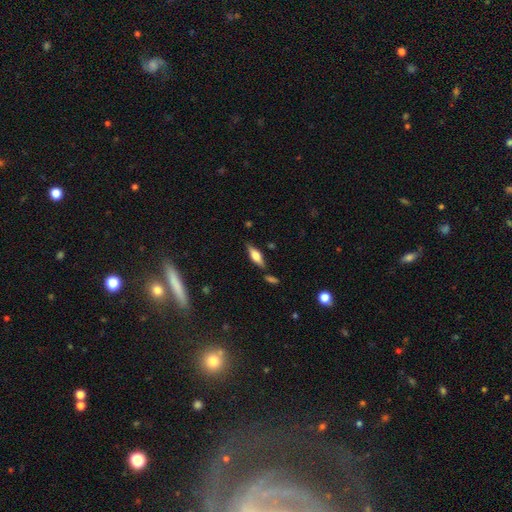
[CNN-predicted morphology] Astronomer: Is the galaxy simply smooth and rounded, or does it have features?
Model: featured or disk — 50% (runner-up: smooth, 43%).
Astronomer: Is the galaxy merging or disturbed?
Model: none — 78%.